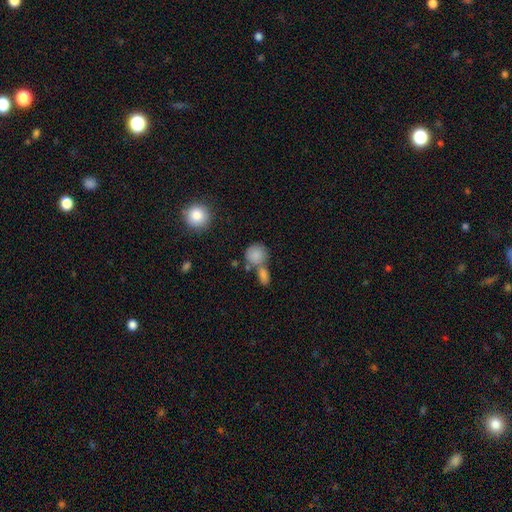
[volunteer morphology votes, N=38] Volunteers were most divided on "merging": none: 44%, merger: 31%, minor disturbance: 14%, major disturbance: 11%. More confident: smooth or featured — smooth (89%); how rounded — round (76%).